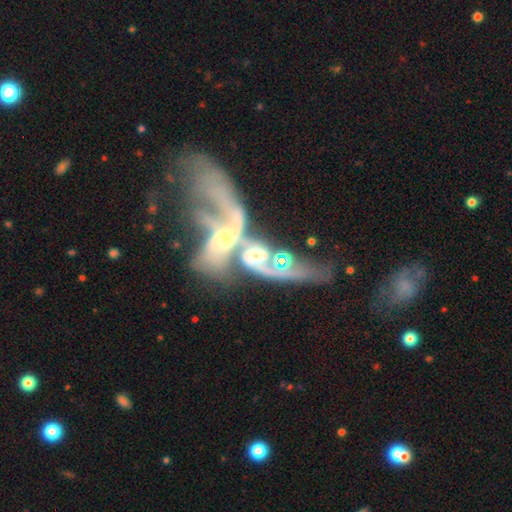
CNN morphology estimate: This is likely a featured or disk galaxy (79%). It is clearly not viewed edge-on (93%). Bar: possibly no (50%). Spiral arm pattern: clearly yes (85%). Spiral arm count: likely 2 (62%). Spiral winding: likely loose (61%). Central bulge: likely moderate (60%). Merging: clearly merger (81%).